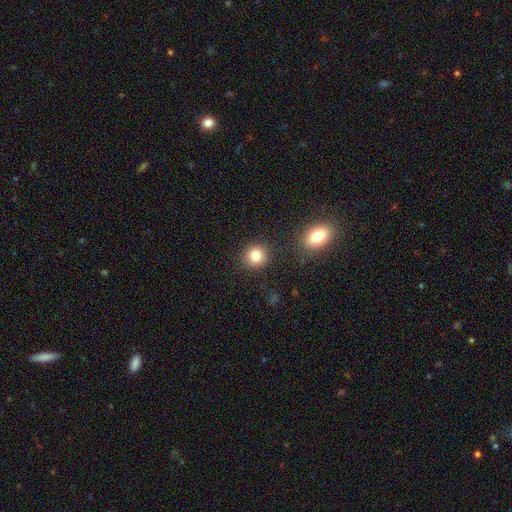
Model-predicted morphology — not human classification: Smooth or featured? smooth (83%)
How rounded? round (88%)
Merging? none (86%)